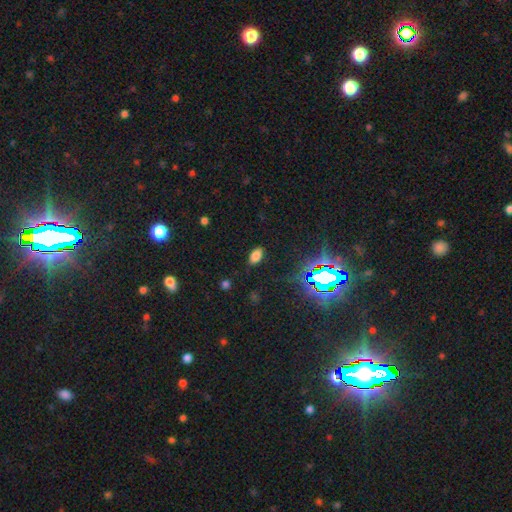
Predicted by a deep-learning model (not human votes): Overall: smooth (73%). How rounded: in between (92%). Merging: none (85%).